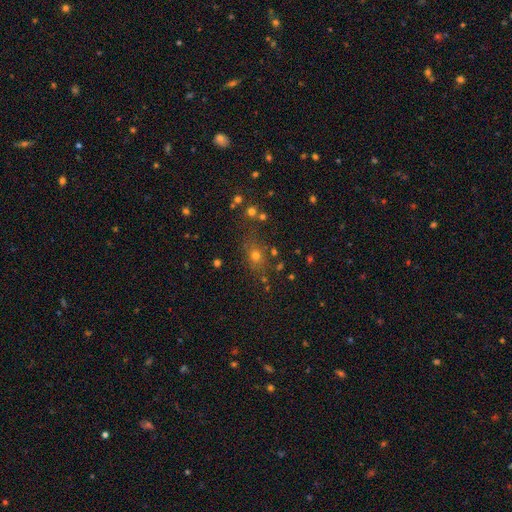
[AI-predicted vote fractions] The model was most divided on "how rounded": round: 55%, in between: 42%, cigar-shaped: 3%. More confident: merging — none (74%); smooth or featured — smooth (61%).